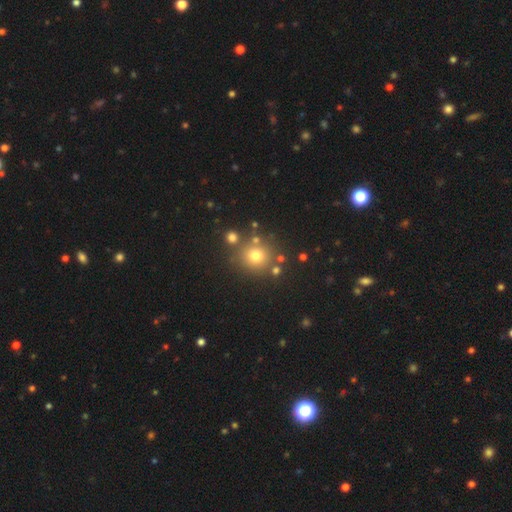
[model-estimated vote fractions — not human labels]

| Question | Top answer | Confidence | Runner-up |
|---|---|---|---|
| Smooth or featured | smooth | 72% | star or artifact (18%) |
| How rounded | round | 88% | in between (11%) |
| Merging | none | 77% | merger (10%) |